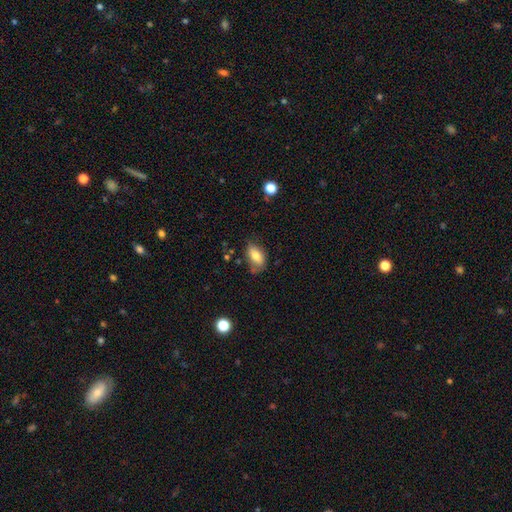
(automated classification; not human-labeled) Smooth or featured?
  - smooth: 76% *
  - featured or disk: 17%
  - star or artifact: 8%
How rounded?
  - in between: 90% *
  - round: 6%
  - cigar-shaped: 3%
Merging?
  - none: 57% *
  - minor disturbance: 30%
  - major disturbance: 9%
  - merger: 4%